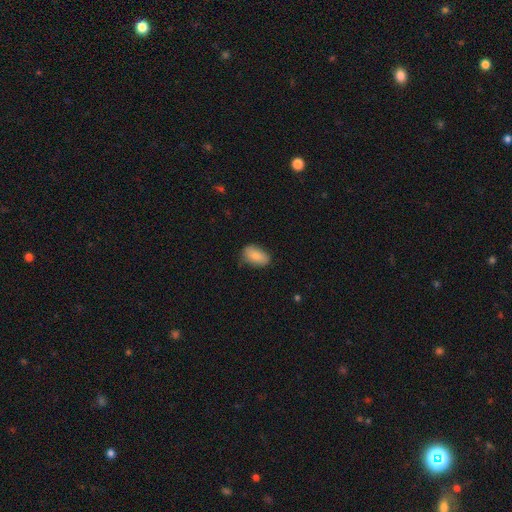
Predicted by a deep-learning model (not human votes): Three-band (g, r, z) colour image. It shows a smooth galaxy with no disk features (87%) that is in between round and cigar-shaped (92%). Merging: none (72%).